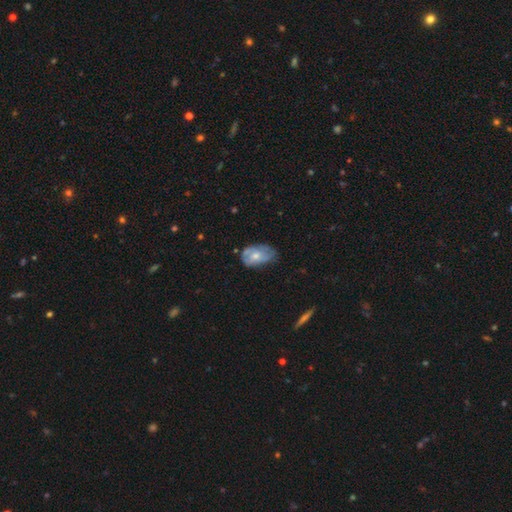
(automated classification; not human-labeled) A smooth galaxy with no disk features (48%).

Vote fractions:
- Smooth or featured? smooth: 48% / featured or disk: 45% / star or artifact: 7%
- Merging? none: 51% / minor disturbance: 35% / major disturbance: 12% / merger: 2%